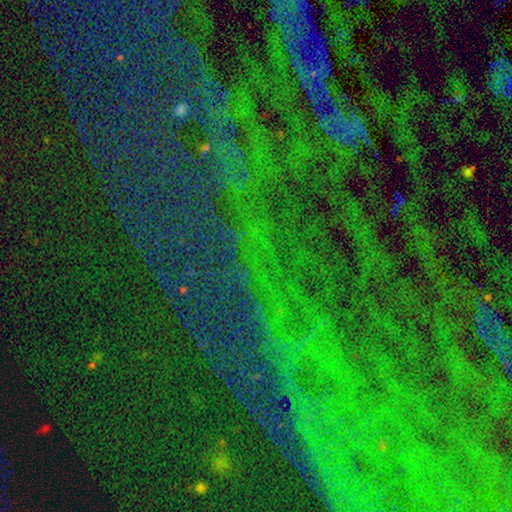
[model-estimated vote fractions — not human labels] Smooth or featured? Predicted: star or artifact (p=0.83).